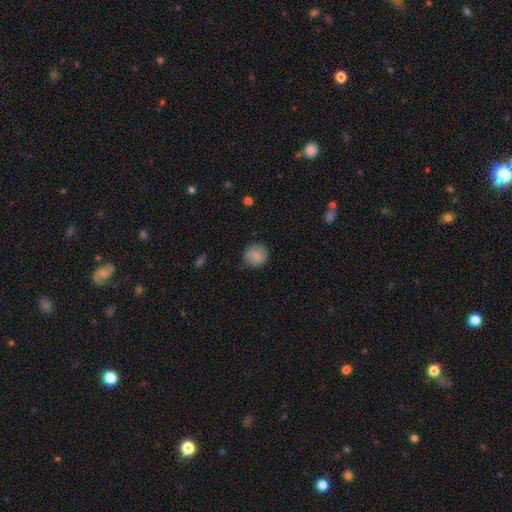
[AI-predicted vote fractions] smooth-or-featured: smooth: 84% | featured or disk: 9% | star or artifact: 7%
  how-rounded: round: 92% | in between: 7% | cigar-shaped: 1%
  merging: none: 85% | minor disturbance: 11% | major disturbance: 3% | merger: 1%